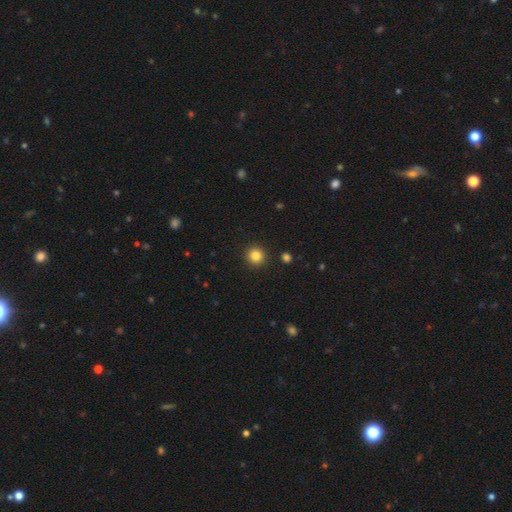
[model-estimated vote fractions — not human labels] The model was most divided on "smooth or featured": smooth: 84%, star or artifact: 11%, featured or disk: 4%. More confident: how rounded — round (93%); merging — none (92%).